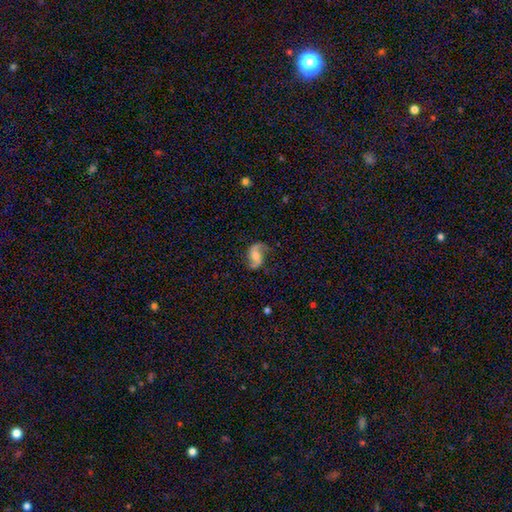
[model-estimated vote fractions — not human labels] The model was most divided on "bulge size": moderate: 47%, small: 37%, none: 9%, large: 5%, dominant: 1%. Remaining: edge-on disk — no (97%); spiral arms — yes (96%); spiral arm count — 2 (92%); smooth or featured — featured or disk (84%); merging — none (75%); spiral winding — loose (69%); bar — no (49%).